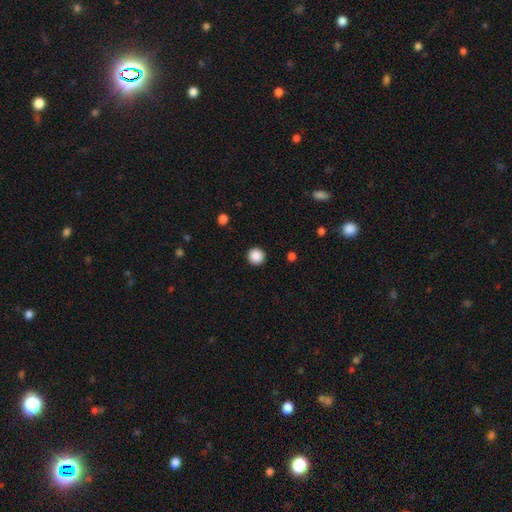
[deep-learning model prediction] This is clearly a smooth galaxy (88%). How rounded: clearly round (96%). Merging: clearly none (93%).